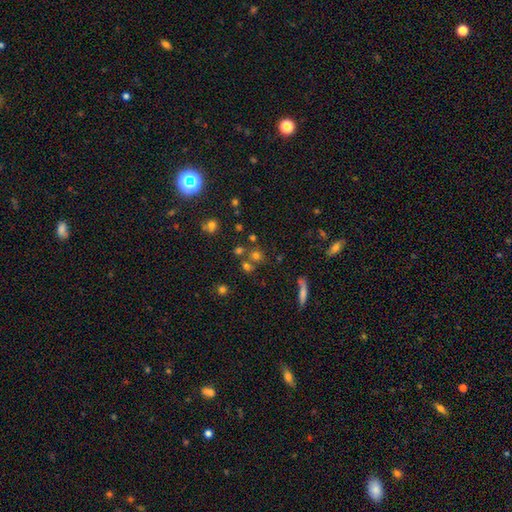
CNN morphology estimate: This is possibly a smooth galaxy (57%). How rounded: clearly round (84%). Merging: likely none (63%).